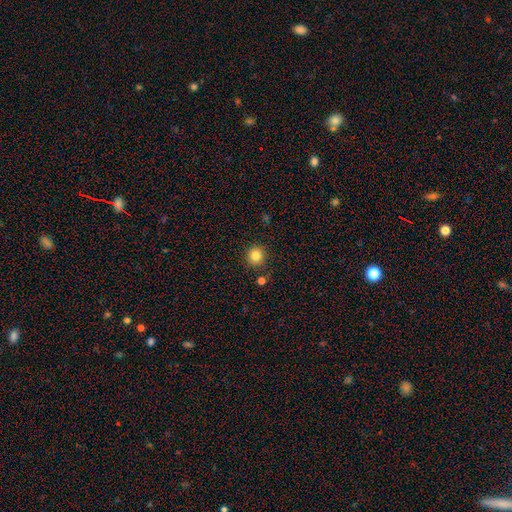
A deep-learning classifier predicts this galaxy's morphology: This is clearly a smooth galaxy (83%). How rounded: clearly round (93%). Merging: clearly none (88%).